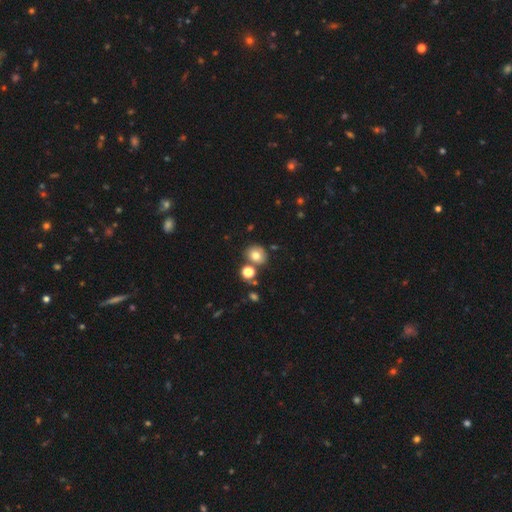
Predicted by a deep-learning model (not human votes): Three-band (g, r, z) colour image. It shows a smooth galaxy with no disk features (75%) that is round (74%). Merging: none (70%).